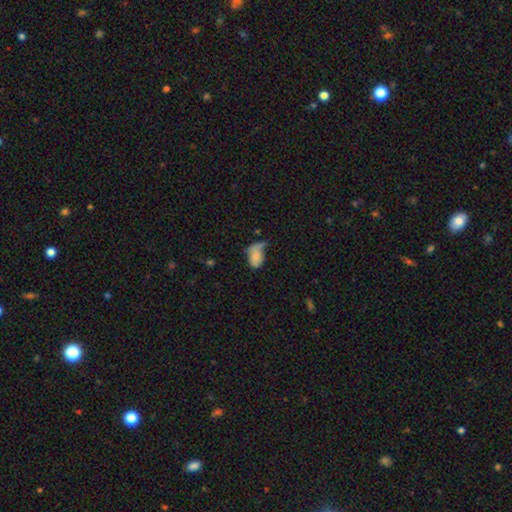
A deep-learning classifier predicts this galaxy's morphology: The model was most divided on "merging": major disturbance: 35%, minor disturbance: 32%, none: 25%, merger: 8%. More confident: how rounded — in between (87%); smooth or featured — smooth (72%).